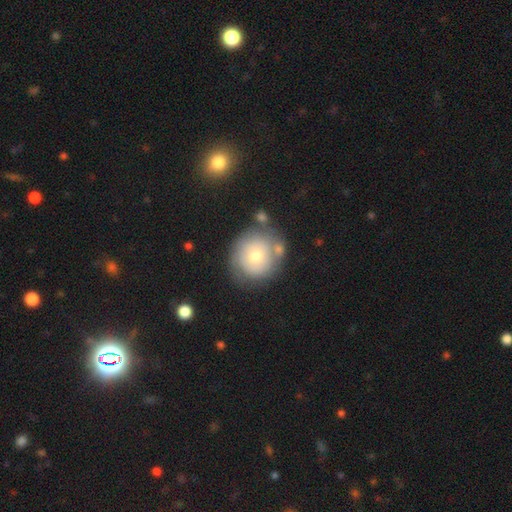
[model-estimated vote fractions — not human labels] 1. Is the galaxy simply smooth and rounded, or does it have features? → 55% smooth, 37% featured or disk, 8% star or artifact.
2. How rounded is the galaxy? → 90% round, 9% in between, 1% cigar-shaped.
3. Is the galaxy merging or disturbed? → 64% none, 19% minor disturbance, 10% merger, 7% major disturbance.